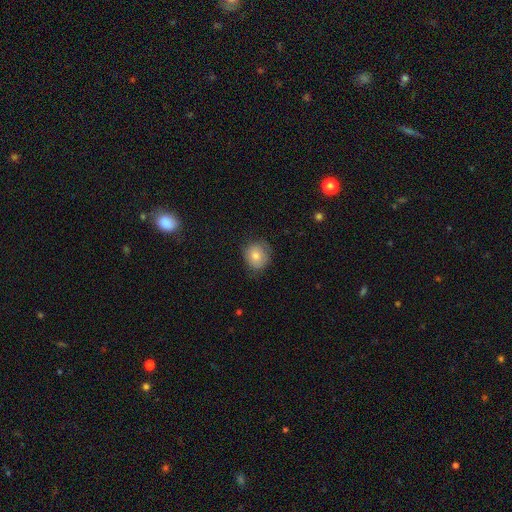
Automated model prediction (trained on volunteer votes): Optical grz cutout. It shows a smooth galaxy with no disk features (76%) that is round (80%). Merging: none (73%).